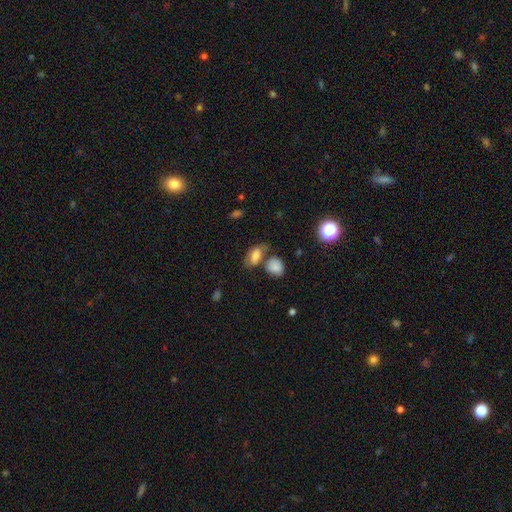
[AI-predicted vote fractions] This appears to be a smooth galaxy with no disk features (72%) that is in between round and cigar-shaped (85%). Merging: none (46%).